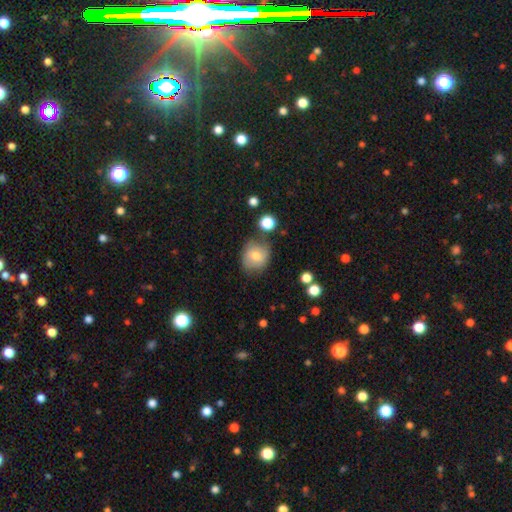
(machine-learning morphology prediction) This is likely a smooth galaxy (73%). How rounded: likely round (80%). Merging: likely none (69%).